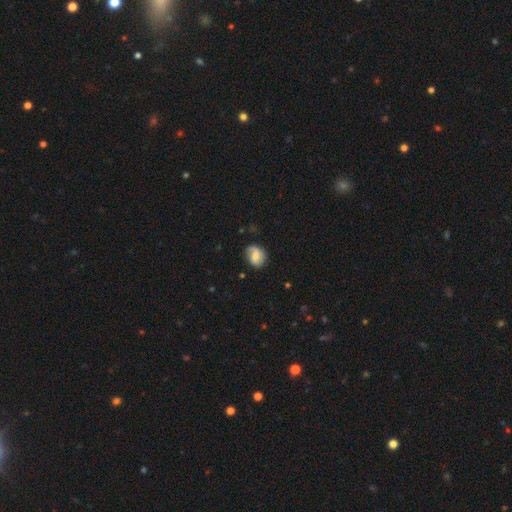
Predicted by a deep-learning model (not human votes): Smooth or featured? smooth (53%)
How rounded? in between (52%)
Merging? none (66%)